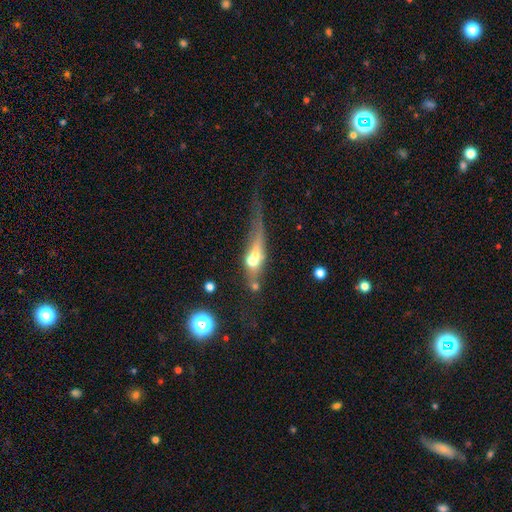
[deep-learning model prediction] A featured or disk galaxy (50%) viewed edge-on (66%).

Vote fractions:
- Smooth or featured? featured or disk: 50% / smooth: 39% / star or artifact: 11%
- Edge-on disk? yes: 66% / no: 34%
- Merging? none: 30% / major disturbance: 27% / merger: 24% / minor disturbance: 19%